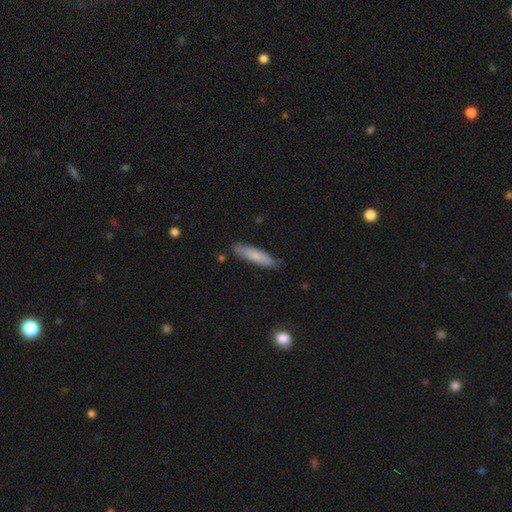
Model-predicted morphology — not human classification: smooth_or_featured: smooth (p=0.77) [alt: featured or disk p=0.17]
how_rounded: cigar-shaped (p=0.77) [alt: in between p=0.21]
merging: none (p=0.83) [alt: minor disturbance p=0.13]